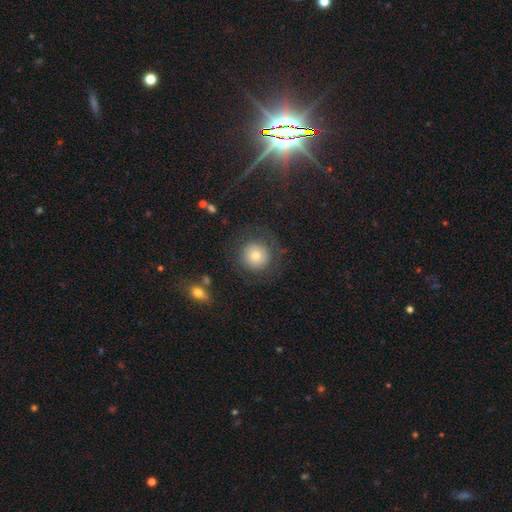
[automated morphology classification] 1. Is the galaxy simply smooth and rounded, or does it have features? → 67% smooth, 22% featured or disk, 12% star or artifact.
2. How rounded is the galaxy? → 92% round, 7% in between, 1% cigar-shaped.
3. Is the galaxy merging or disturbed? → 76% none, 11% minor disturbance, 11% major disturbance, 2% merger.